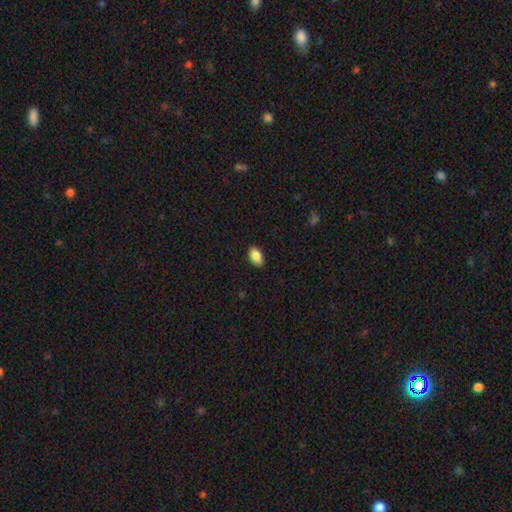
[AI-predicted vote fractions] This appears to be a smooth galaxy with no disk features (87%) that is in between round and cigar-shaped (92%). Merging: none (89%).